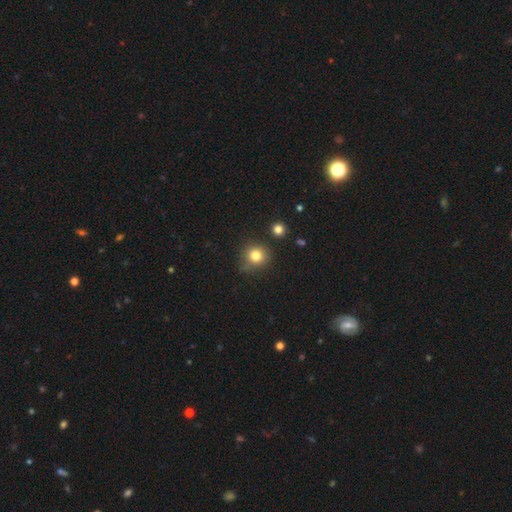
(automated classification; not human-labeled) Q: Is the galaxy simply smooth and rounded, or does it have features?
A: smooth — 81%.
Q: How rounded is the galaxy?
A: round — 88%.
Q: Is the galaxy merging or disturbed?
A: none — 78%.